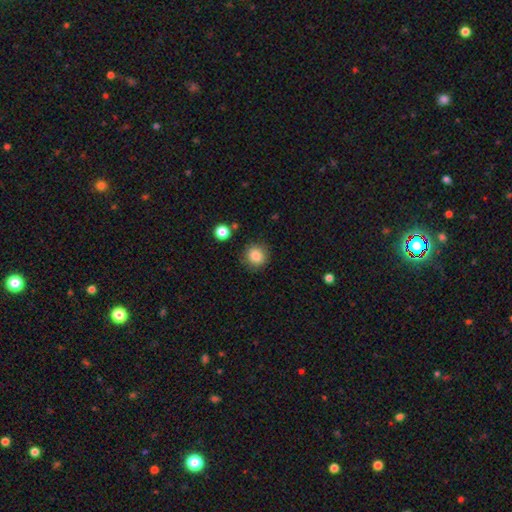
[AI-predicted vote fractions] smooth-or-featured: smooth: 86% | star or artifact: 10% | featured or disk: 4%
  how-rounded: round: 88% | in between: 11% | cigar-shaped: 1%
  merging: none: 86% | minor disturbance: 9% | major disturbance: 3% | merger: 2%